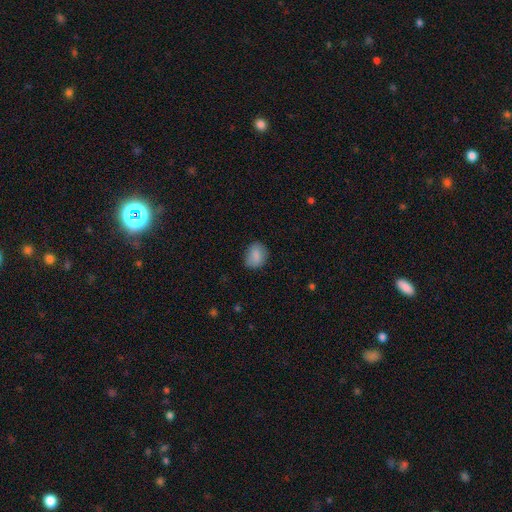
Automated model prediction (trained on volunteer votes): This appears to be a smooth galaxy with no disk features (85%) that is in between round and cigar-shaped (54%). Merging: none (78%).